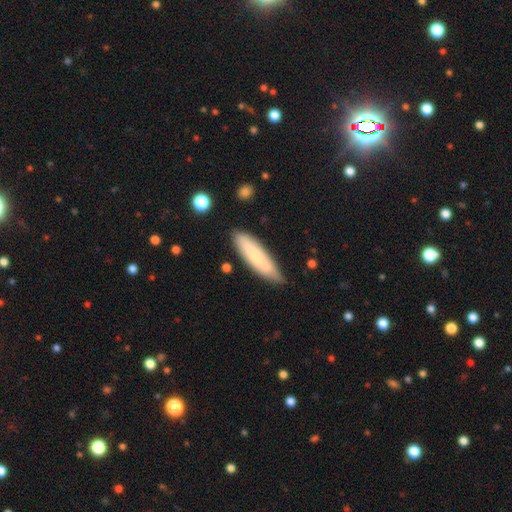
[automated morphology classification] Q: Smooth or featured?
A: smooth (76%); runner-up: featured or disk (18%)
Q: How rounded?
A: cigar-shaped (66%); runner-up: in between (33%)
Q: Merging?
A: none (79%); runner-up: minor disturbance (16%)